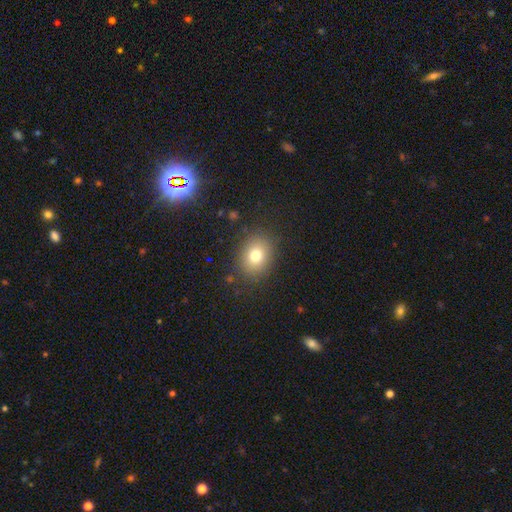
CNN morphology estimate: smooth 77%, star or artifact 12%, featured or disk 11%. Down the decision tree: how rounded — in between (53%); merging — none (85%).